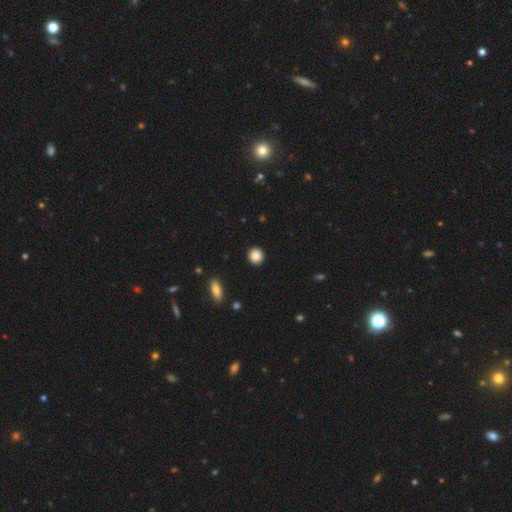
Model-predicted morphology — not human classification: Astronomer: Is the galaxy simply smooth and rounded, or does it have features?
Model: smooth — 88%.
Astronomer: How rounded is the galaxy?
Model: round — 90%.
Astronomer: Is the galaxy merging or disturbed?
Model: none — 92%.